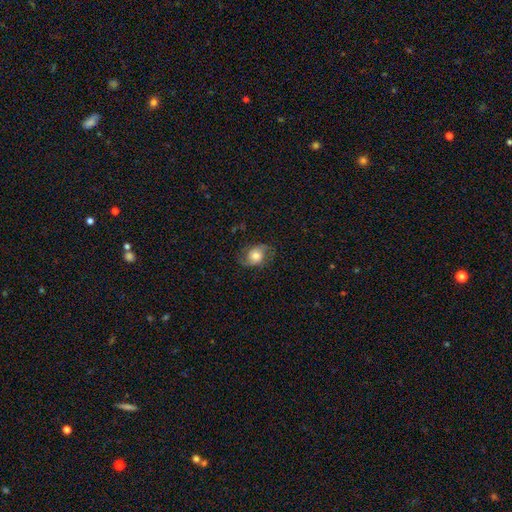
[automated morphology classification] featured or disk 46%, smooth 44%, star or artifact 9%. Down the decision tree: merging — none (71%).